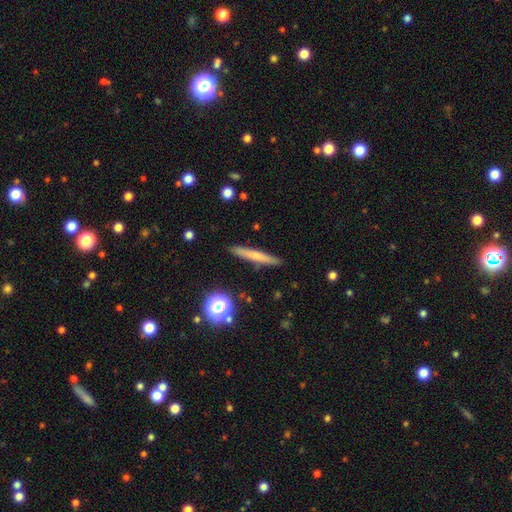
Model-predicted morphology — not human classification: Smooth or featured? smooth (59%)
How rounded? cigar-shaped (94%)
Merging? none (90%)